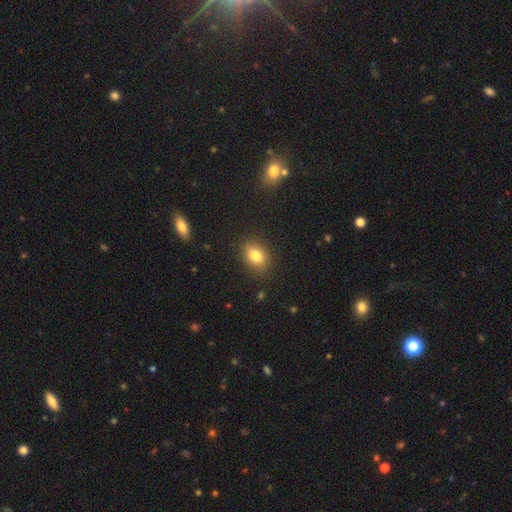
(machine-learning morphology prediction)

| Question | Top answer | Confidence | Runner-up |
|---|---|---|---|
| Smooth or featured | smooth | 81% | star or artifact (10%) |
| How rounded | in between | 65% | round (34%) |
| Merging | none | 86% | minor disturbance (10%) |